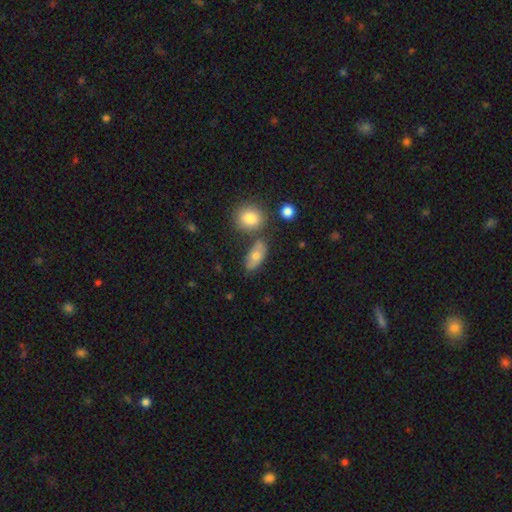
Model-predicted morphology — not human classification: smooth_or_featured: smooth (p=0.73) [alt: featured or disk p=0.18]
how_rounded: in between (p=0.82) [alt: round p=0.11]
merging: none (p=0.64) [alt: merger p=0.16]